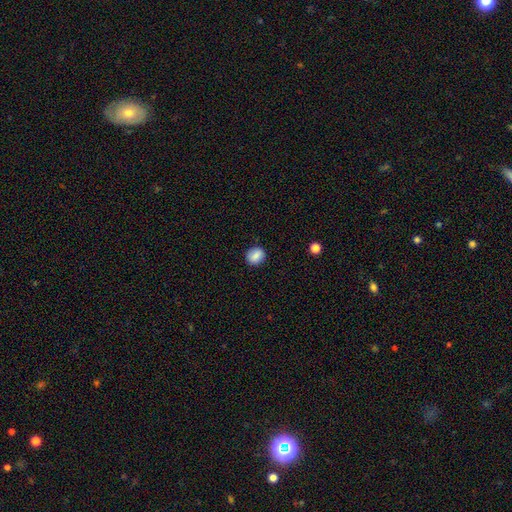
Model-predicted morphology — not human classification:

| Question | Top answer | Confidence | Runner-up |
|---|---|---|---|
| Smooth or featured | smooth | 84% | star or artifact (9%) |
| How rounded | round | 75% | in between (23%) |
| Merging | none | 87% | minor disturbance (9%) |